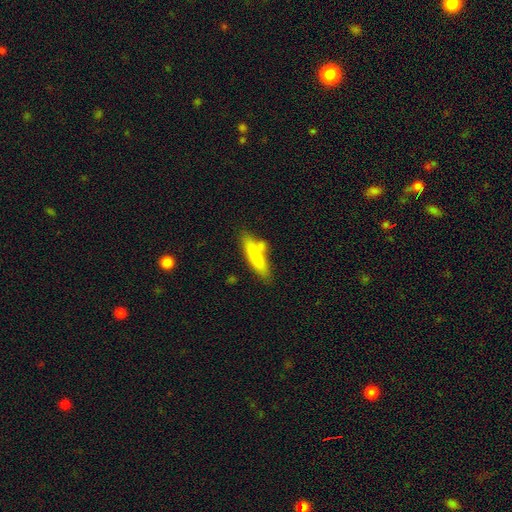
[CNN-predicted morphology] Overall: smooth (77%). How rounded: cigar-shaped (81%). Merging: none (65%).